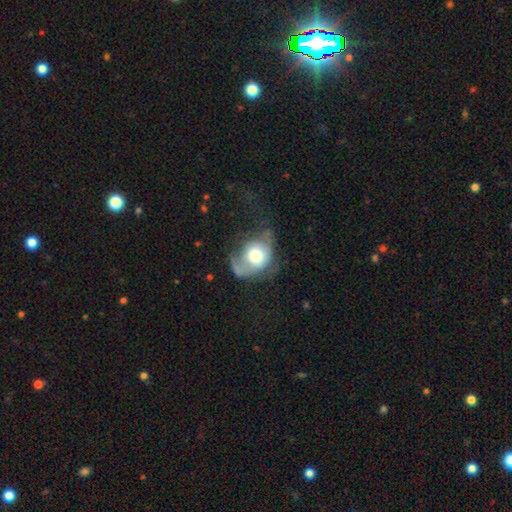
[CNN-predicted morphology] Q: Smooth or featured?
A: smooth (54%); runner-up: featured or disk (37%)
Q: How rounded?
A: round (54%); runner-up: in between (45%)
Q: Merging?
A: major disturbance (43%); runner-up: minor disturbance (27%)